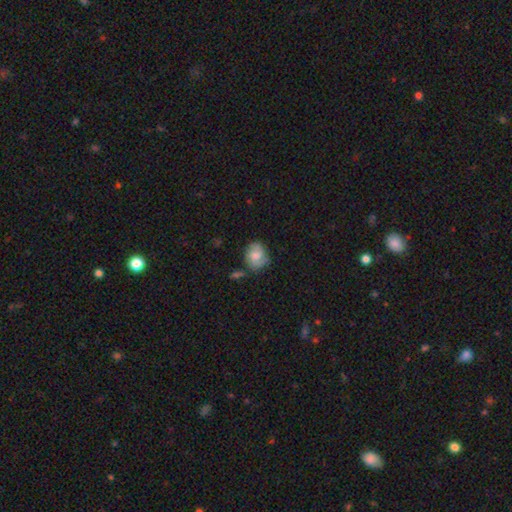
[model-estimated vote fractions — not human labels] A smooth galaxy with no disk features (63%) that is round (55%). Merging: none (60%).